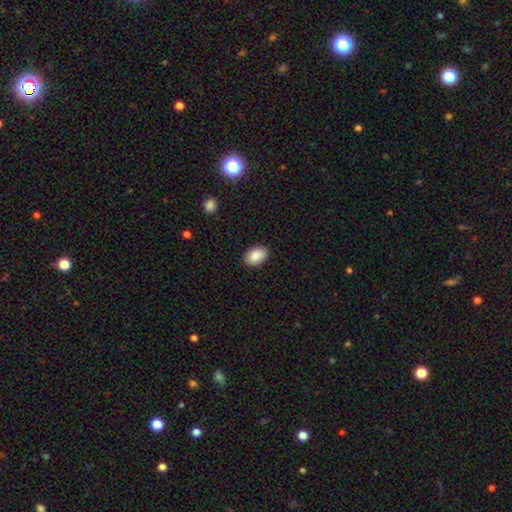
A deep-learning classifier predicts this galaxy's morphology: type=smooth (88%); roundness=in between (89%); merging=none (88%).